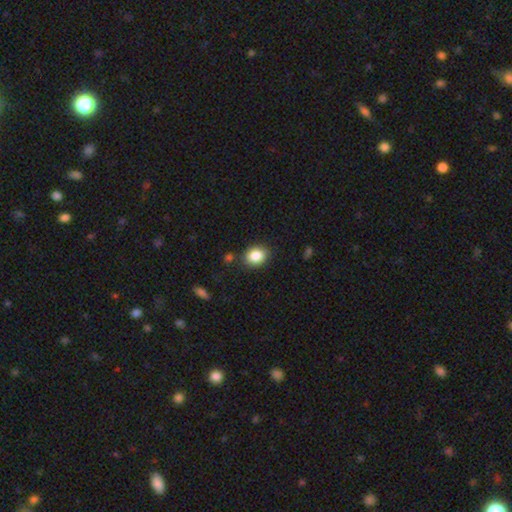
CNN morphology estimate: smooth-or-featured: smooth: 86% | star or artifact: 9% | featured or disk: 5%
  how-rounded: in between: 50% | round: 49% | cigar-shaped: 1%
  merging: none: 84% | minor disturbance: 10% | merger: 3% | major disturbance: 3%